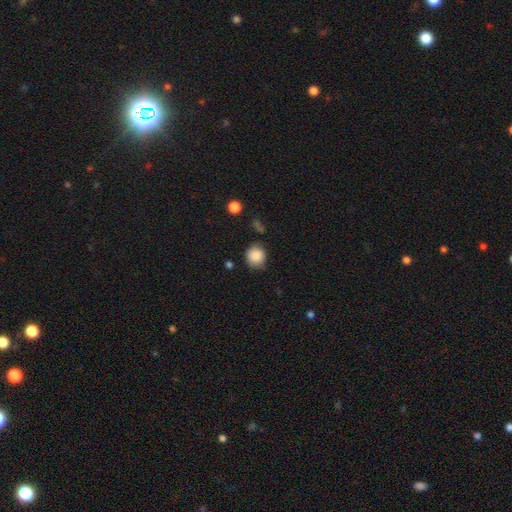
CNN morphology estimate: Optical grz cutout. It shows a smooth galaxy with no disk features (87%) that is round (87%). Merging: none (79%).